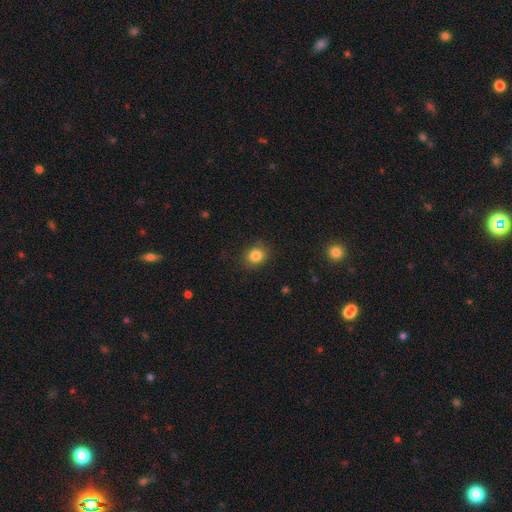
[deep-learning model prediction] smooth-or-featured: smooth: 84% | star or artifact: 11% | featured or disk: 5%
  how-rounded: round: 70% | in between: 29% | cigar-shaped: 1%
  merging: none: 83% | minor disturbance: 12% | major disturbance: 3% | merger: 1%